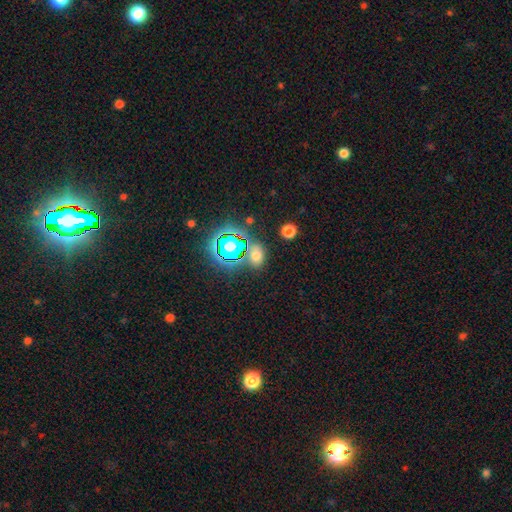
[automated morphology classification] The model was most divided on "smooth or featured": smooth: 57%, star or artifact: 35%, featured or disk: 9%. More confident: merging — none (77%); how rounded — in between (67%).